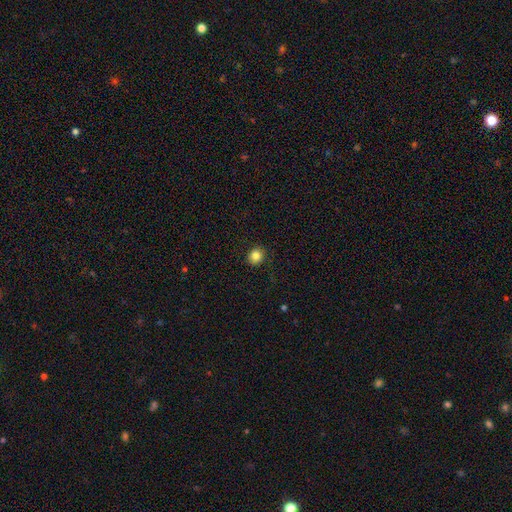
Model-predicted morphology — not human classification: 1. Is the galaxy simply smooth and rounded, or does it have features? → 84% smooth, 11% star or artifact, 5% featured or disk.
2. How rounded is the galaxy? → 78% round, 21% in between, 1% cigar-shaped.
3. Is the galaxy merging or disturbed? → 89% none, 8% minor disturbance, 2% major disturbance, 1% merger.